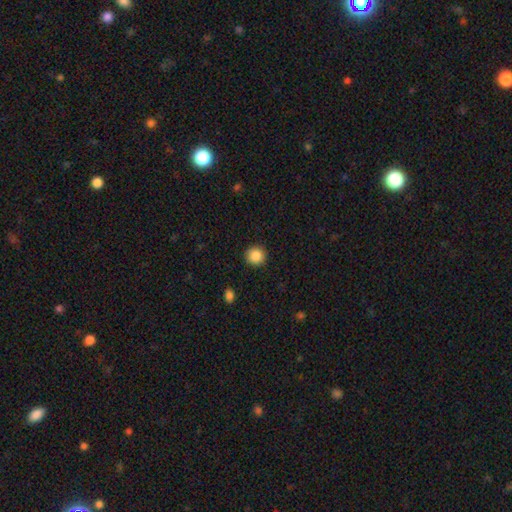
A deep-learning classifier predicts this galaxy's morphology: Q: Smooth or featured?
A: smooth (87%); runner-up: star or artifact (9%)
Q: How rounded?
A: round (94%); runner-up: in between (6%)
Q: Merging?
A: none (92%); runner-up: minor disturbance (5%)